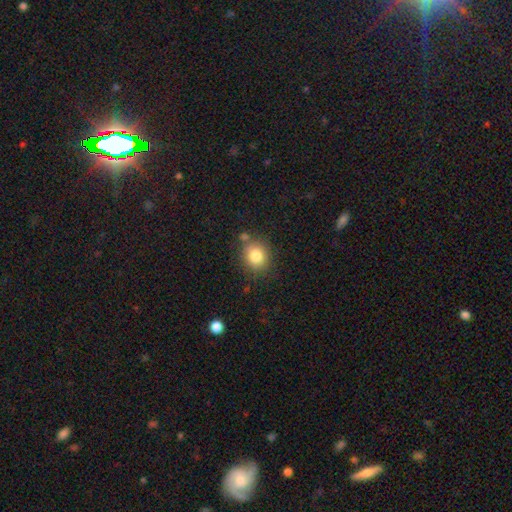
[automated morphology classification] The model was most divided on "how rounded": round: 76%, in between: 24%, cigar-shaped: 1%. More confident: smooth or featured — smooth (82%); merging — none (75%).